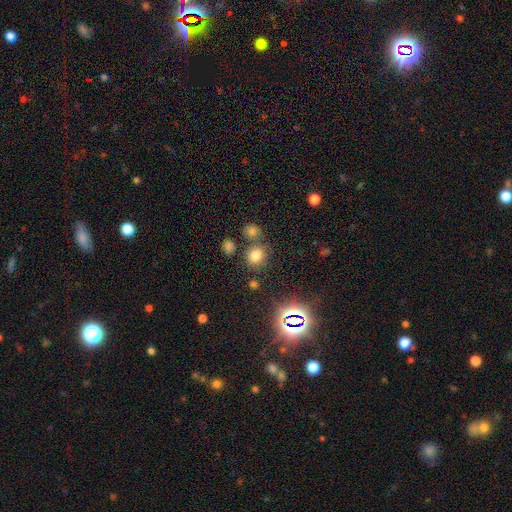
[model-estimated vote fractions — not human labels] Overall: smooth (72%). How rounded: round (80%). Merging: none (72%).